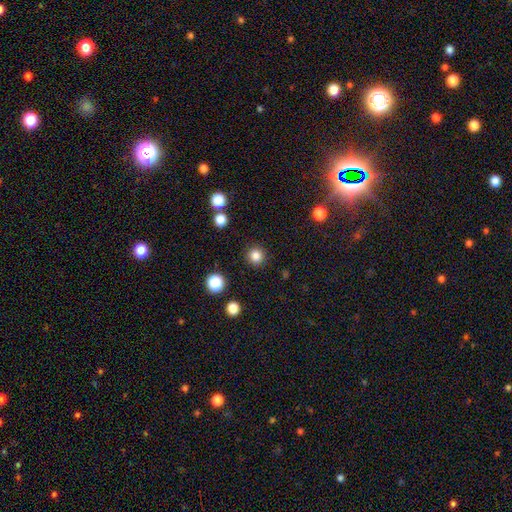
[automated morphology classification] Overall: smooth (84%). How rounded: round (94%). Merging: none (91%).